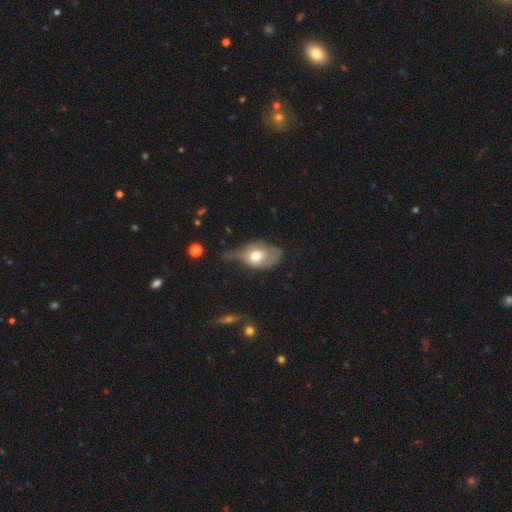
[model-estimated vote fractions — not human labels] Morphology: type=smooth (56%); roundness=in between (82%); merging=minor disturbance (40%).